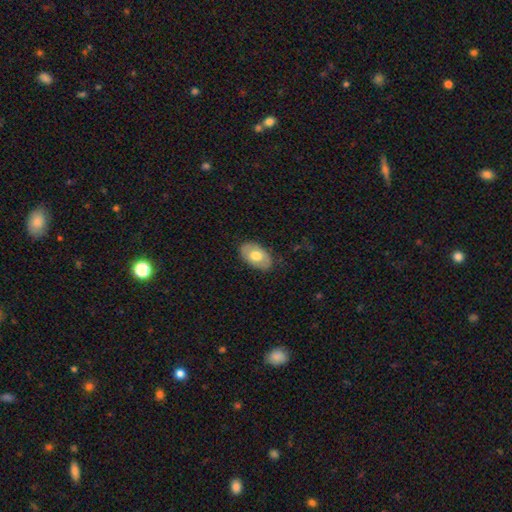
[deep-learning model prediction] This is likely a smooth galaxy (60%). How rounded: clearly in between (91%). Merging: clearly none (82%).